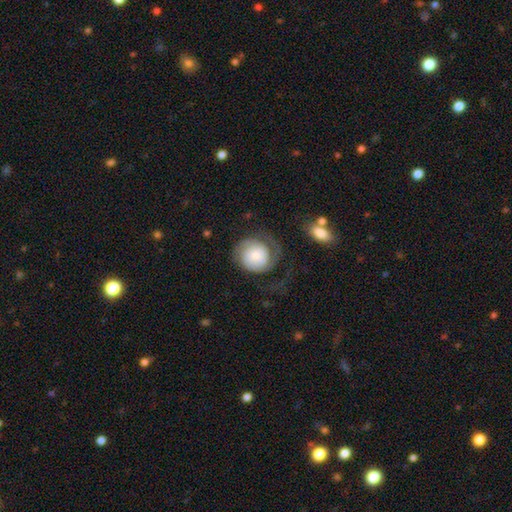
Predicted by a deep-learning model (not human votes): This appears to be a featured or disk galaxy (50%). Merging: none (44%).